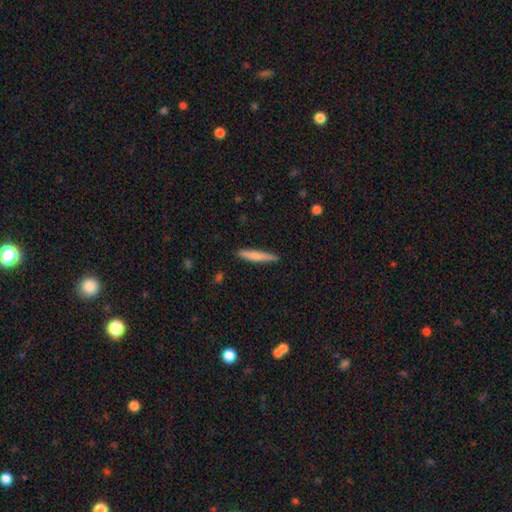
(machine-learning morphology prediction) This is likely a smooth galaxy (71%). How rounded: clearly cigar-shaped (94%). Merging: clearly none (88%).